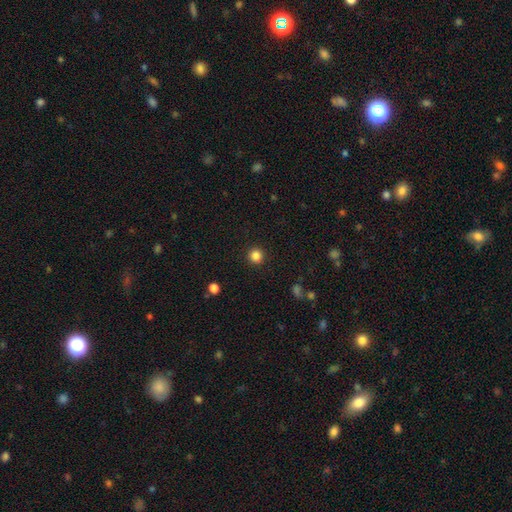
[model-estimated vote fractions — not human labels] This appears to be a smooth galaxy with no disk features (85%) that is round (95%). Merging: none (93%).